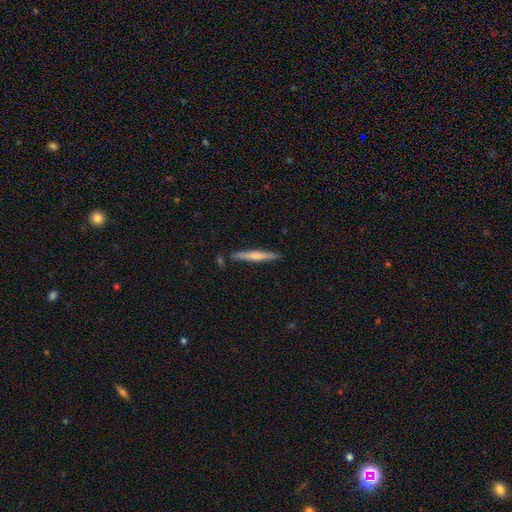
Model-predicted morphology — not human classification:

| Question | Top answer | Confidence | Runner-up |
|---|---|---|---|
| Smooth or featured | smooth | 50% | featured or disk (44%) |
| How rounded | cigar-shaped | 95% | in between (3%) |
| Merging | none | 86% | minor disturbance (9%) |